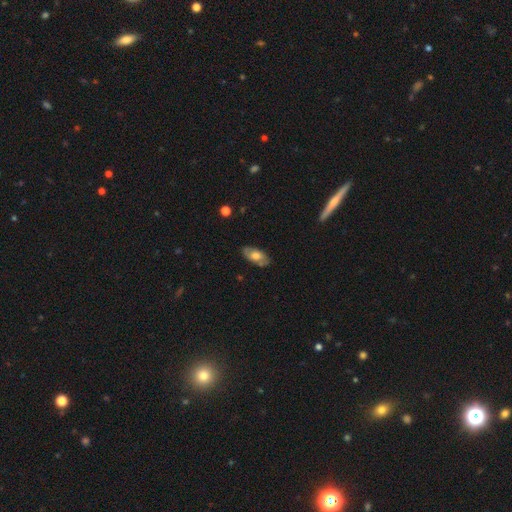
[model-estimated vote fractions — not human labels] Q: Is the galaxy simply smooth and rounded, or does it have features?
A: smooth — 53%.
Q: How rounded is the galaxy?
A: in between — 90%.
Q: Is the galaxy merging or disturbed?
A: none — 80%.